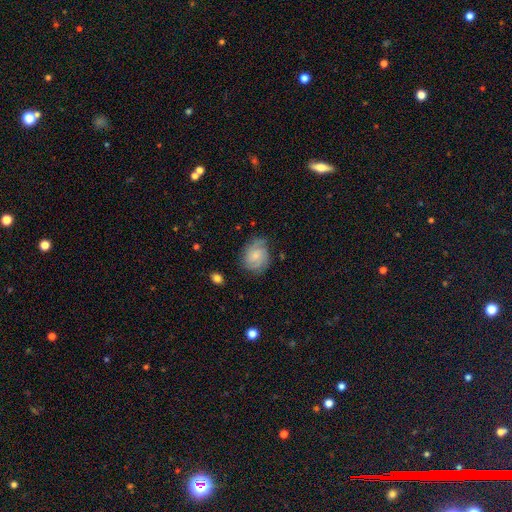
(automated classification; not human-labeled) Smooth or featured? Predicted: featured or disk (p=0.66). Edge-on disk? Predicted: no (p=0.98). Bar? Predicted: no (p=0.65). Spiral arms? Predicted: yes (p=0.93). Spiral winding? Predicted: tight (p=0.53). Spiral arm count? Predicted: 2 (p=0.36). Bulge size? Predicted: small (p=0.55). Merging? Predicted: none (p=0.71).